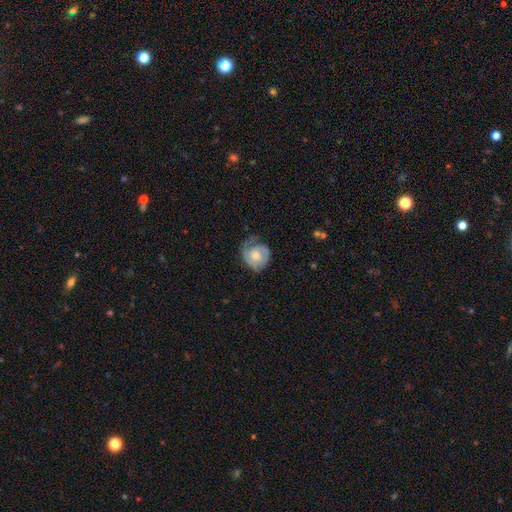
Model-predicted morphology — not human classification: Smooth or featured? Predicted: featured or disk (p=0.65). Edge-on disk? Predicted: no (p=0.97). Bar? Predicted: no (p=0.76). Spiral arms? Predicted: yes (p=0.87). Spiral winding? Predicted: tight (p=0.54). Spiral arm count? Predicted: 2 (p=0.38). Bulge size? Predicted: moderate (p=0.60). Merging? Predicted: none (p=0.51).